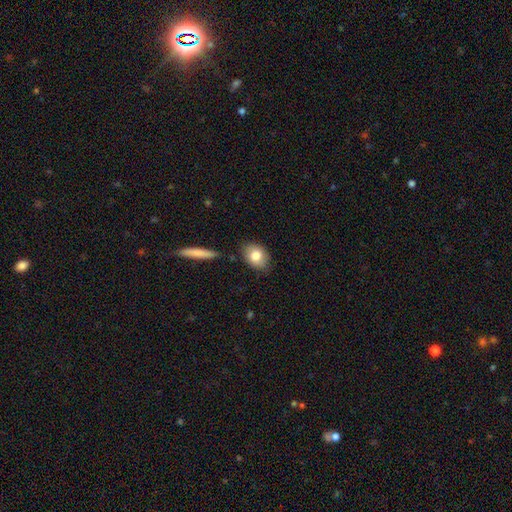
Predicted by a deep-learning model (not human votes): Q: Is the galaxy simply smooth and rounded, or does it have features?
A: smooth — 81%.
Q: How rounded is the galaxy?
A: in between — 70%.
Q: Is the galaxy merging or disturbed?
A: none — 80%.